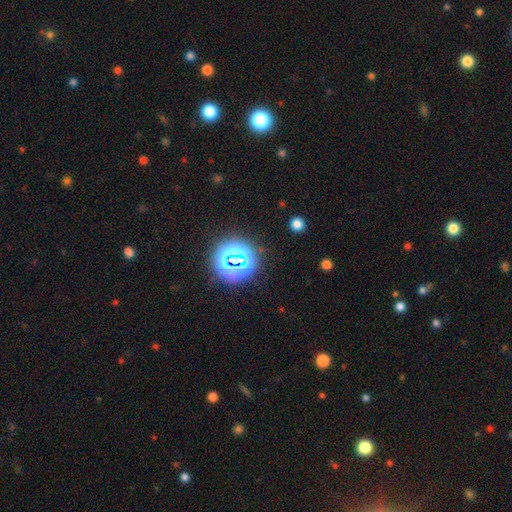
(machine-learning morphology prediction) Smooth or featured?
  - star or artifact: 78% *
  - smooth: 15%
  - featured or disk: 7%